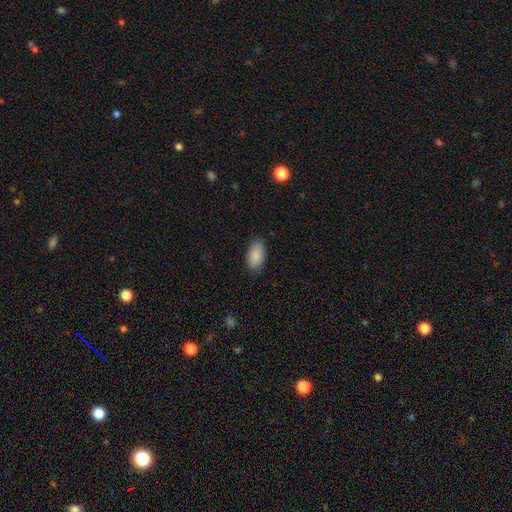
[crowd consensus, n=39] Smooth or featured? 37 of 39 (95%) said smooth. How rounded? 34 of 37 (92%) said in between. Merging? 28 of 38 (74%) said none.